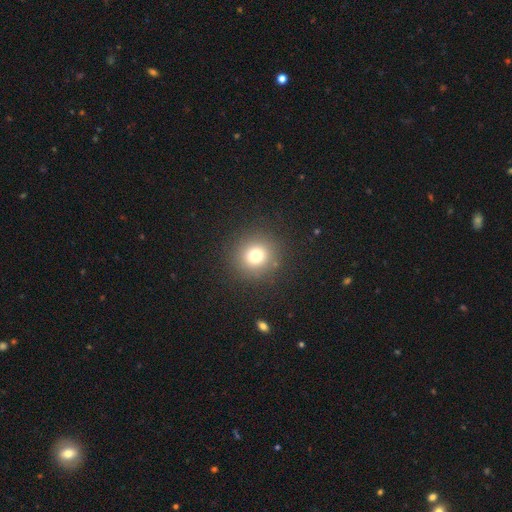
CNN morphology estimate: smooth-or-featured: smooth: 75% | star or artifact: 16% | featured or disk: 10%
  how-rounded: round: 93% | in between: 6% | cigar-shaped: 1%
  merging: none: 89% | minor disturbance: 6% | major disturbance: 3% | merger: 2%